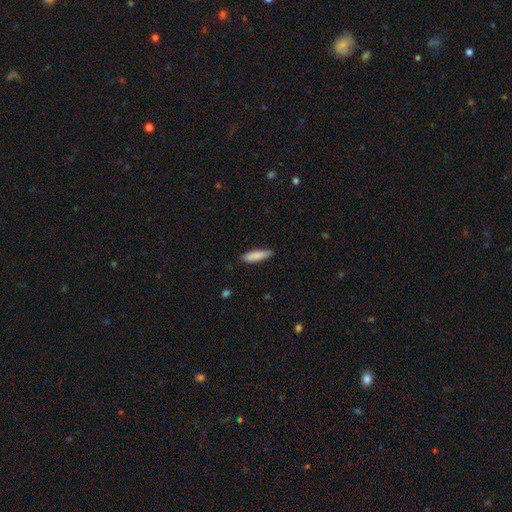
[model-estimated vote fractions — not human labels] This is clearly a smooth galaxy (87%). How rounded: likely cigar-shaped (64%). Merging: clearly none (83%).